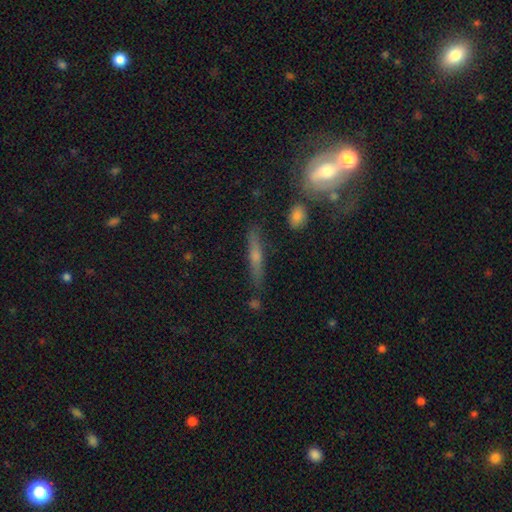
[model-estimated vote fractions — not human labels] A featured or disk galaxy (62%) viewed edge-on (89%) with a rounded central bulge (78%).

Vote fractions:
- Smooth or featured? featured or disk: 62% / smooth: 26% / star or artifact: 12%
- Edge-on disk? yes: 89% / no: 11%
- Edge-on bulge? rounded: 78% / none: 16% / boxy: 6%
- Merging? none: 76% / minor disturbance: 14% / merger: 6% / major disturbance: 4%